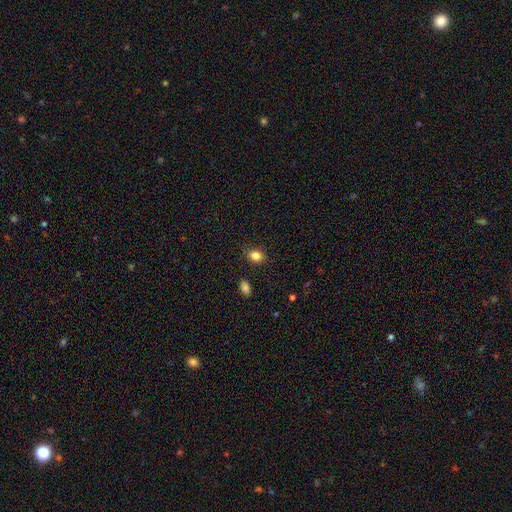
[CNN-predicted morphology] smooth 84%, star or artifact 11%, featured or disk 5%. Down the decision tree: how rounded — in between (50%); merging — none (85%).